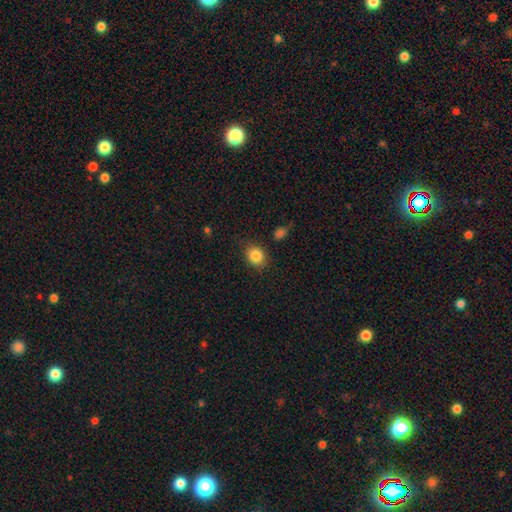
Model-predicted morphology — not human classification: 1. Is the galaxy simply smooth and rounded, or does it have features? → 85% smooth, 10% star or artifact, 5% featured or disk.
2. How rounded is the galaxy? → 63% round, 36% in between, 1% cigar-shaped.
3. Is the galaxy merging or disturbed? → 84% none, 11% minor disturbance, 3% major disturbance, 3% merger.